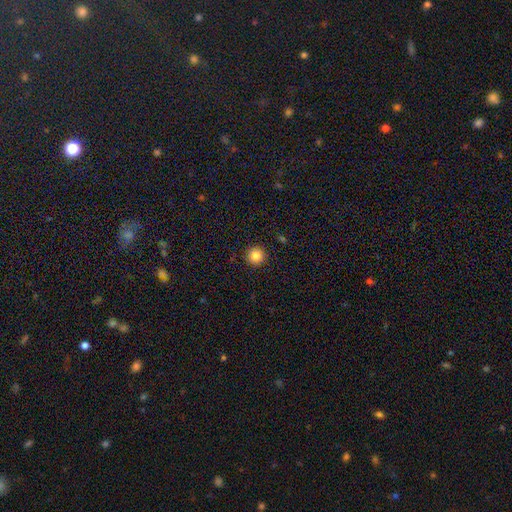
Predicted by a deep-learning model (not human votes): This is clearly a smooth galaxy (84%). How rounded: clearly round (96%). Merging: clearly none (93%).